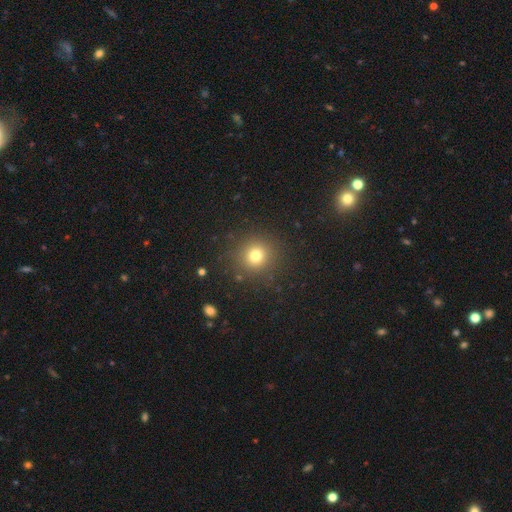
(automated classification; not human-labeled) A smooth galaxy with no disk features (75%) that is round (92%).

Vote fractions:
- Smooth or featured? smooth: 75% / star or artifact: 17% / featured or disk: 8%
- How rounded? round: 92% / in between: 7% / cigar-shaped: 1%
- Merging? none: 88% / minor disturbance: 7% / major disturbance: 3% / merger: 1%